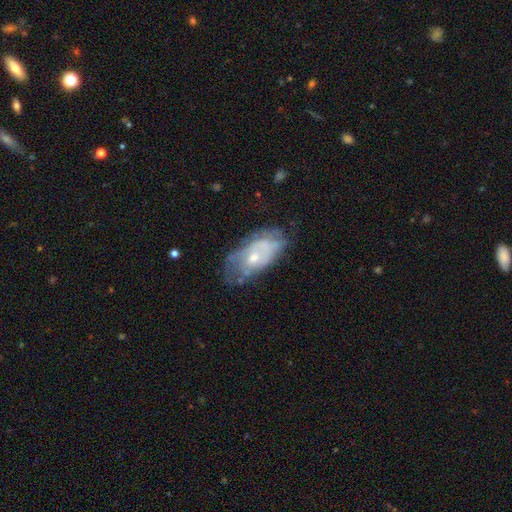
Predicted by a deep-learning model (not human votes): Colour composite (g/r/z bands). It shows a featured or disk galaxy (61%) with no bar (81%), no spiral arms (51%) and a small central bulge (48%). Merging: none (53%).